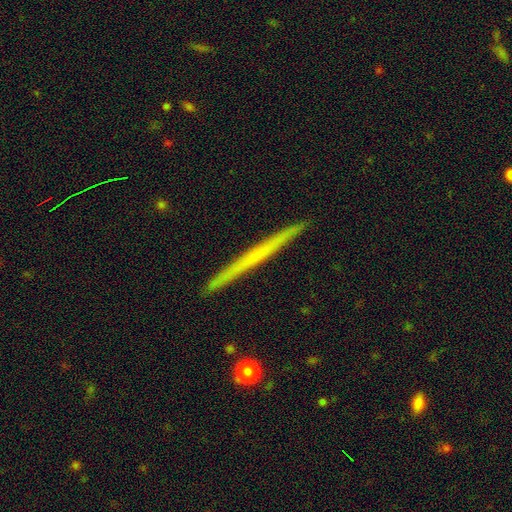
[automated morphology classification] This is possibly a featured or disk galaxy (55%). It is clearly viewed edge-on (98%). Edge-on bulge: clearly none (89%). Merging: clearly none (93%).